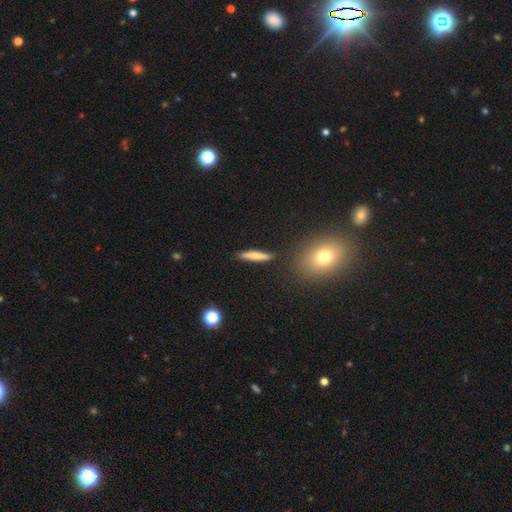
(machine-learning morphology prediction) type=smooth (67%); roundness=cigar-shaped (86%); merging=none (86%).